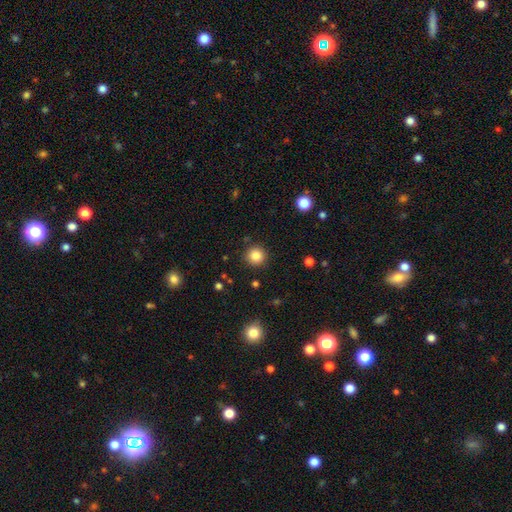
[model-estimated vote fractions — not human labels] Morphology: type=smooth (85%); roundness=round (94%); merging=none (90%).